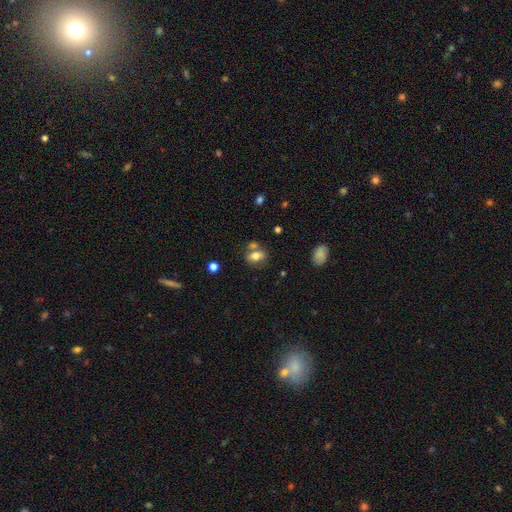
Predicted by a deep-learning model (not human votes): Morphology: type=smooth (73%); roundness=in between (80%); merging=none (53%).